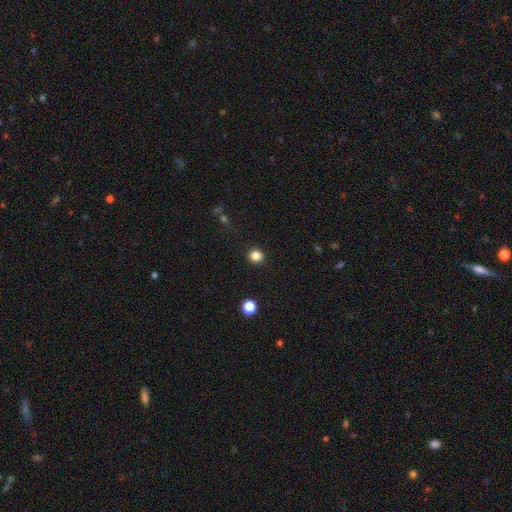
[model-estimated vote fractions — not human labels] Smooth or featured?
  - smooth: 84% *
  - star or artifact: 12%
  - featured or disk: 3%
How rounded?
  - round: 92% *
  - in between: 7%
  - cigar-shaped: 1%
Merging?
  - none: 92% *
  - minor disturbance: 5%
  - major disturbance: 2%
  - merger: 1%